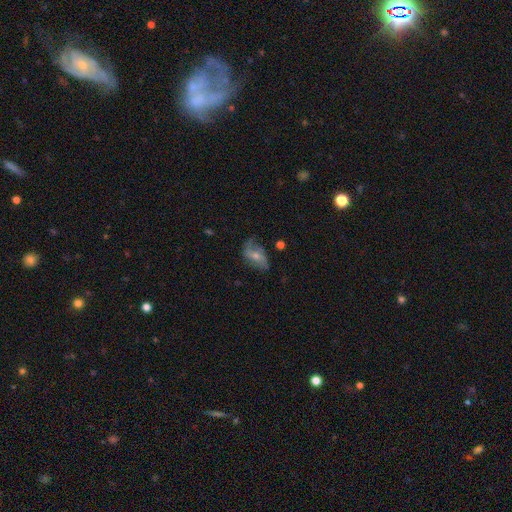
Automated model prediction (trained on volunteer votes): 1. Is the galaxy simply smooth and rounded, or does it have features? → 67% featured or disk, 22% smooth, 10% star or artifact.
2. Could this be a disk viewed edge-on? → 94% no, 6% yes.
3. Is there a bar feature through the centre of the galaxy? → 47% no, 38% weak, 16% strong.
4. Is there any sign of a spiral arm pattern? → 85% yes, 15% no.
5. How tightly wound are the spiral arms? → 55% loose, 31% medium, 14% tight.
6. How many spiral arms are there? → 73% 2, 13% can't tell, 8% 1, 3% 3, 1% 4, 1% more than 4.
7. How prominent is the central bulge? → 49% moderate, 45% small, 3% none, 2% large, 1% dominant.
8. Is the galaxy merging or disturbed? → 61% none, 24% minor disturbance, 13% major disturbance, 2% merger.